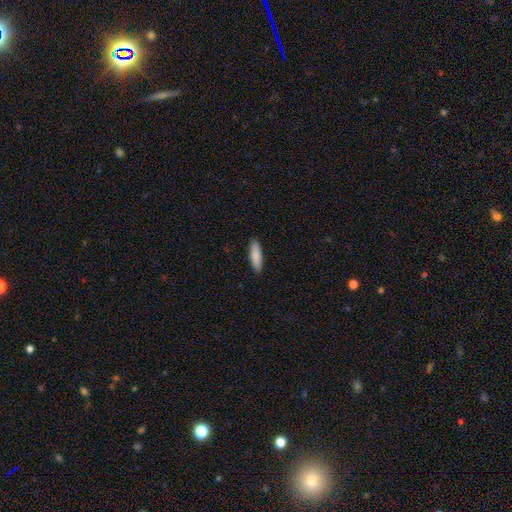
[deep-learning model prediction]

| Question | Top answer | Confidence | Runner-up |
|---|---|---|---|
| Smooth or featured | smooth | 88% | featured or disk (7%) |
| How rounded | cigar-shaped | 57% | in between (42%) |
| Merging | none | 90% | minor disturbance (8%) |